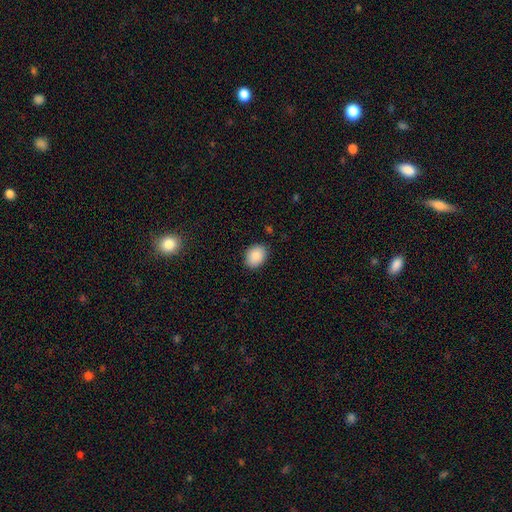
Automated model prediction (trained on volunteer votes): smooth_or_featured: smooth (p=0.88) [alt: star or artifact p=0.08]
how_rounded: in between (p=0.65) [alt: round p=0.34]
merging: none (p=0.87) [alt: minor disturbance p=0.10]